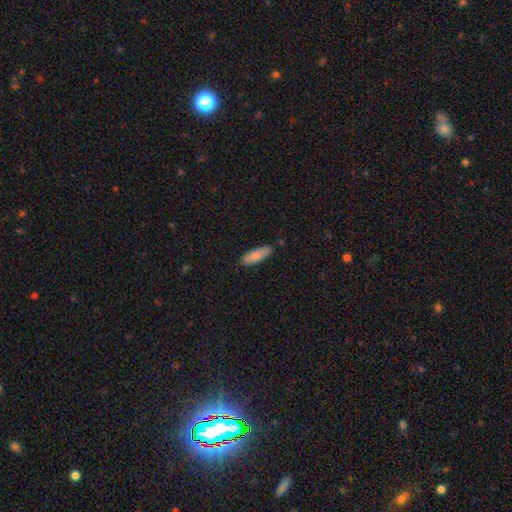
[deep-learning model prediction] A smooth galaxy with no disk features (84%) that is in between round and cigar-shaped (62%).

Vote fractions:
- Smooth or featured? smooth: 84% / featured or disk: 10% / star or artifact: 6%
- How rounded? in between: 62% / cigar-shaped: 36% / round: 2%
- Merging? none: 79% / minor disturbance: 16% / major disturbance: 3% / merger: 3%